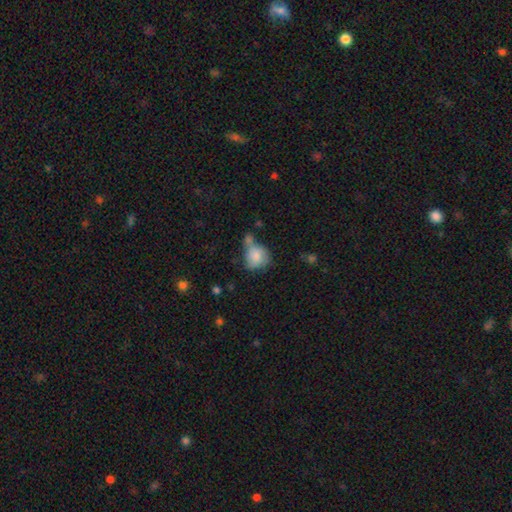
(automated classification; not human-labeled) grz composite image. It shows a smooth galaxy with no disk features (76%) that is round (71%). Merging: none (36%).